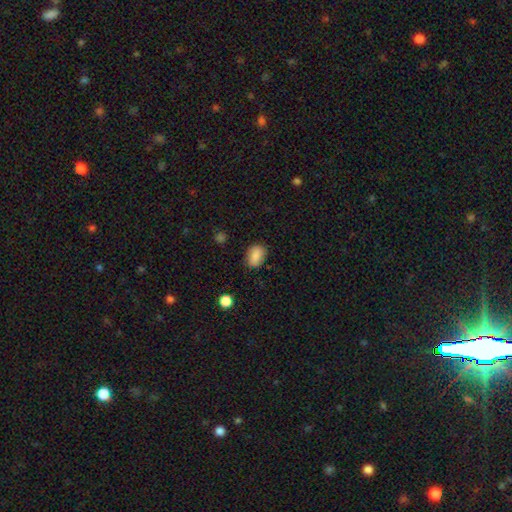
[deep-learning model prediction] This appears to be a smooth galaxy with no disk features (85%) that is in between round and cigar-shaped (79%). Merging: none (79%).